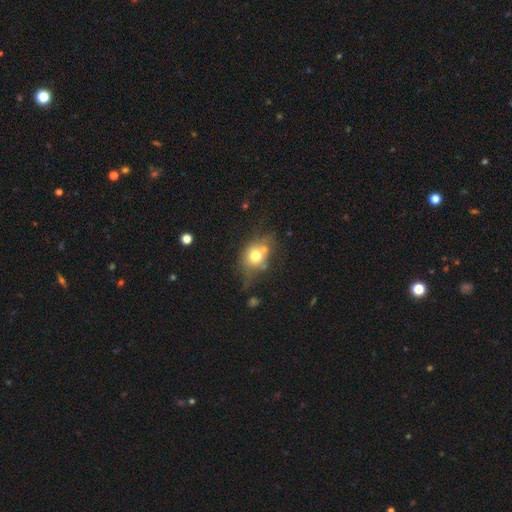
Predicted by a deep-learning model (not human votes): A smooth galaxy with no disk features (67%) that is round (59%). Merging: none (44%).